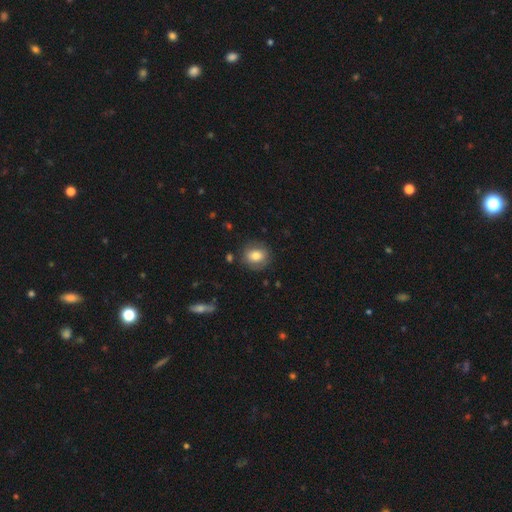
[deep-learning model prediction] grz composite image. It shows a smooth galaxy with no disk features (75%) that is round (68%). Merging: none (81%).